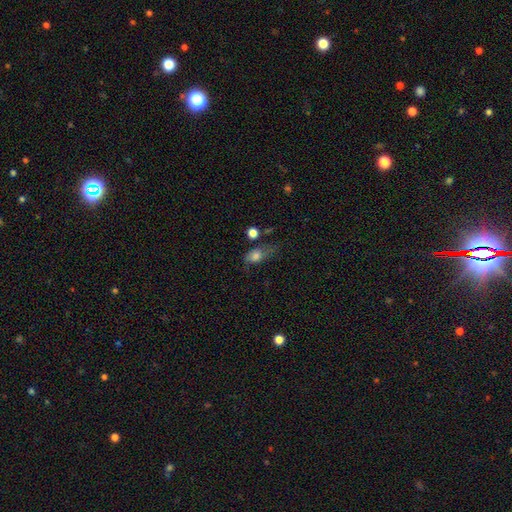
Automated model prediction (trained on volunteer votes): Smooth or featured: smooth — 69% (featured or disk — 20%)
How rounded: in between — 72% (round — 21%)
Merging: none — 37% (minor disturbance — 30%)